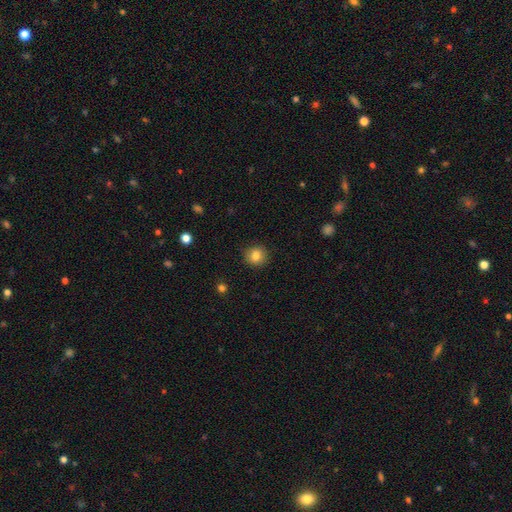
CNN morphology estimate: Smooth or featured: smooth — 82% (star or artifact — 10%)
How rounded: round — 89% (in between — 10%)
Merging: none — 90% (minor disturbance — 7%)